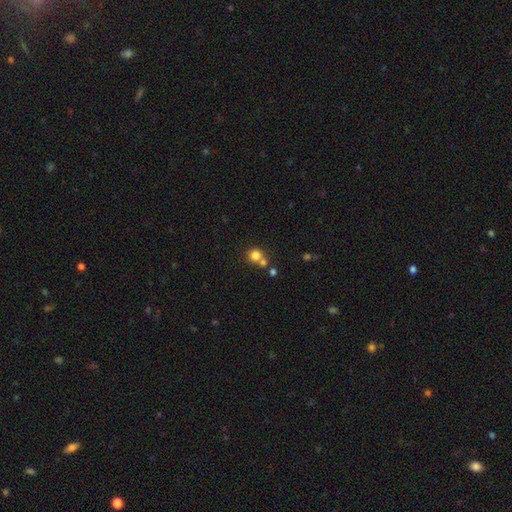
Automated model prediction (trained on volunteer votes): This appears to be a smooth galaxy with no disk features (80%) that is round (88%). Merging: none (52%).